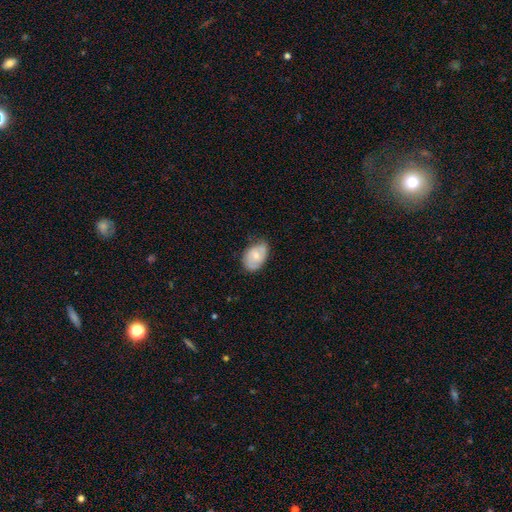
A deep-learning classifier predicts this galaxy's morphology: Overall: smooth (58%; featured or disk 36%). How rounded: in between (83%). Merging: none (64%; minor disturbance 29%).